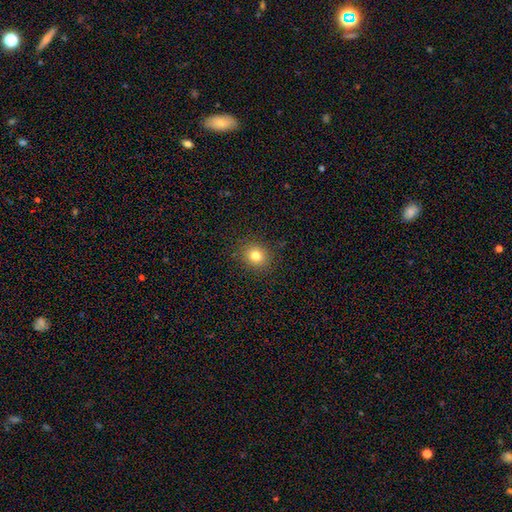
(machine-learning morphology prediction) Smooth or featured?
  - smooth: 80% *
  - star or artifact: 12%
  - featured or disk: 7%
How rounded?
  - round: 79% *
  - in between: 20%
  - cigar-shaped: 1%
Merging?
  - none: 89% *
  - minor disturbance: 7%
  - major disturbance: 2%
  - merger: 1%